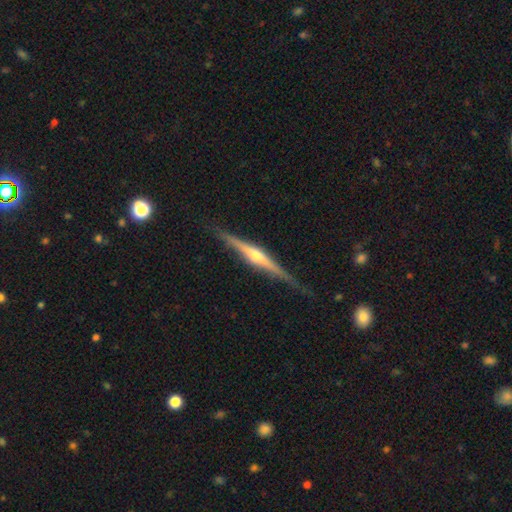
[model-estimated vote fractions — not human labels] smooth_or_featured: featured or disk (p=0.82) [alt: smooth p=0.13]
disk_edge_on: yes (p=0.98) [alt: no p=0.02]
edge_on_bulge: rounded (p=0.87) [alt: none p=0.07]
merging: none (p=0.84) [alt: minor disturbance p=0.12]